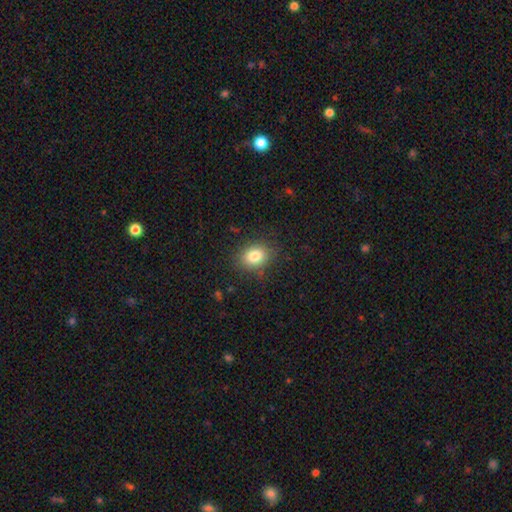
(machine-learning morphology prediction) smooth_or_featured: smooth (p=0.81) [alt: star or artifact p=0.11]
how_rounded: in between (p=0.58) [alt: round p=0.41]
merging: none (p=0.84) [alt: minor disturbance p=0.11]